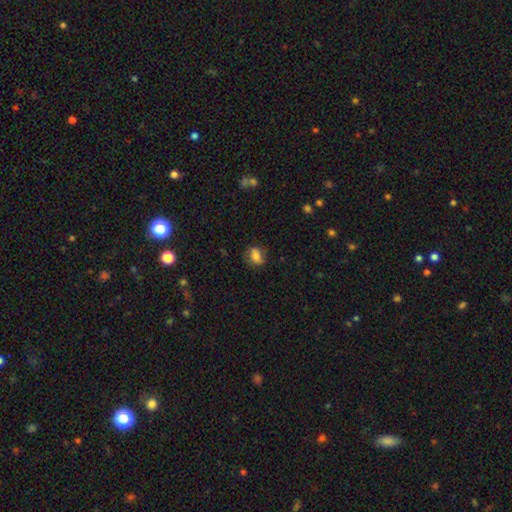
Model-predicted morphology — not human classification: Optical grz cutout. It shows a smooth galaxy with no disk features (75%) that is in between round and cigar-shaped (73%). Merging: none (74%).